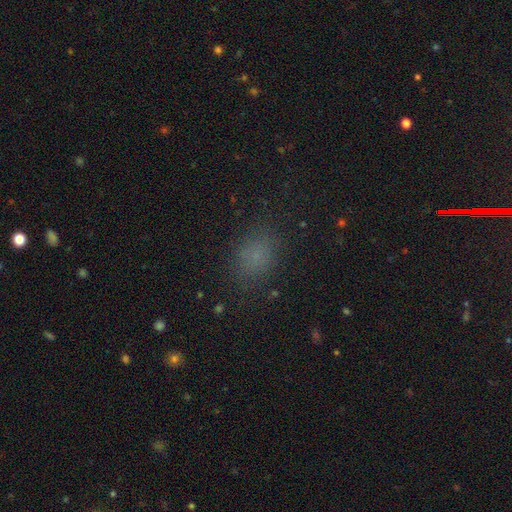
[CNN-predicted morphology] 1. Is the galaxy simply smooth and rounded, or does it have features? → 73% smooth, 20% star or artifact, 7% featured or disk.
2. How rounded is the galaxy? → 56% in between, 43% round, 2% cigar-shaped.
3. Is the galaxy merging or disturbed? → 80% none, 13% minor disturbance, 6% major disturbance, 1% merger.